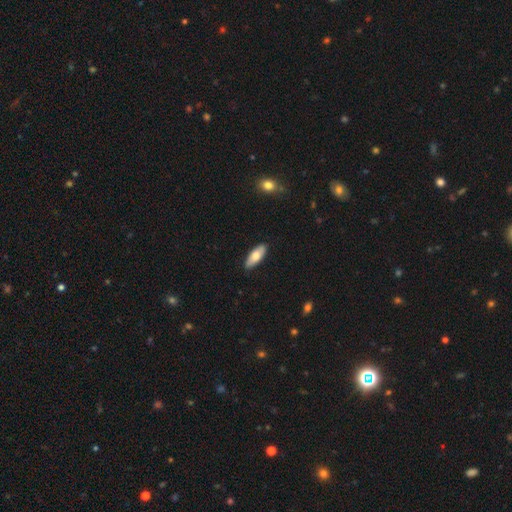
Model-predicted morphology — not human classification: smooth-or-featured: smooth: 73% | featured or disk: 22% | star or artifact: 5%
  how-rounded: in between: 72% | cigar-shaped: 26% | round: 2%
  merging: none: 88% | minor disturbance: 9% | major disturbance: 2% | merger: 1%